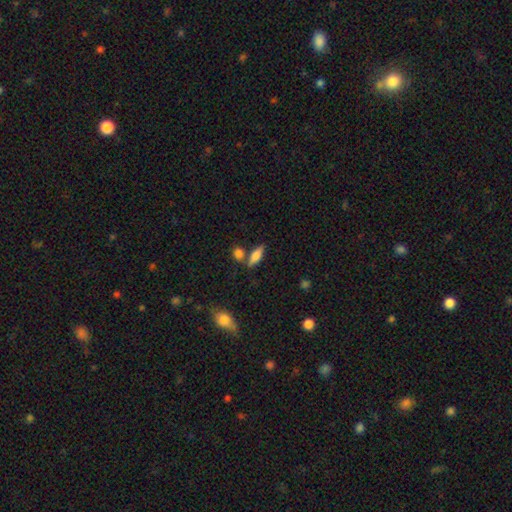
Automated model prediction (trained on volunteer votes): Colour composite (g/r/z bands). It shows a smooth galaxy with no disk features (75%) that is in between round and cigar-shaped (63%). Merging: none (66%).